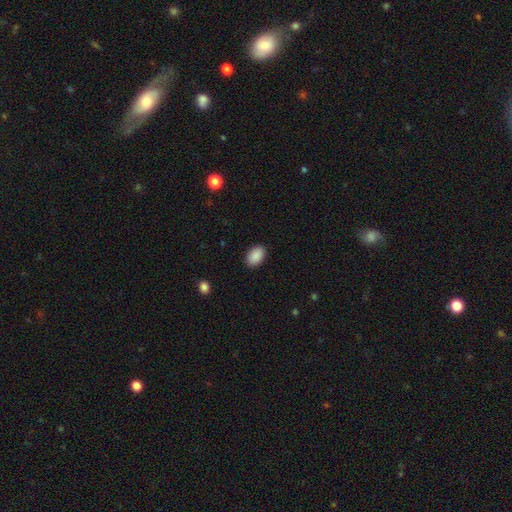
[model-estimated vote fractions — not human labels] smooth-or-featured: smooth: 90% | star or artifact: 7% | featured or disk: 3%
  how-rounded: in between: 90% | round: 9% | cigar-shaped: 1%
  merging: none: 89% | minor disturbance: 8% | major disturbance: 2% | merger: 1%